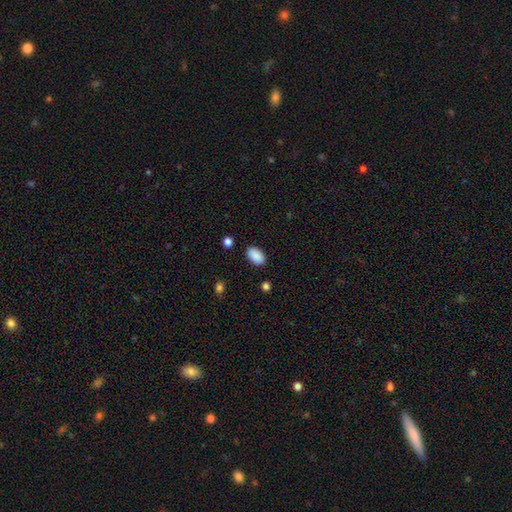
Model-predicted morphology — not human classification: Overall: smooth (90%). How rounded: in between (93%). Merging: none (87%).